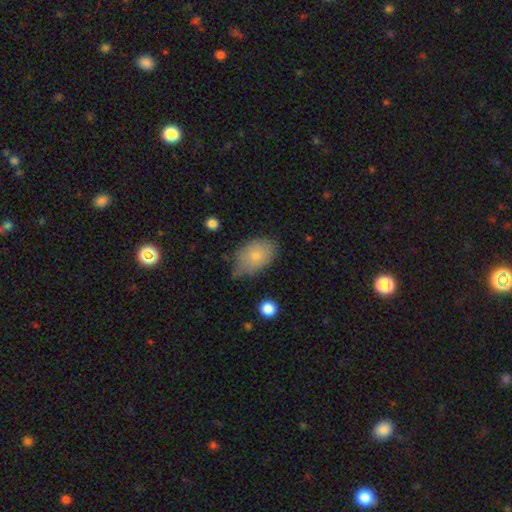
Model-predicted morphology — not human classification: smooth_or_featured: smooth (p=0.77) [alt: featured or disk p=0.16]
how_rounded: in between (p=0.85) [alt: round p=0.14]
merging: none (p=0.55) [alt: minor disturbance p=0.33]